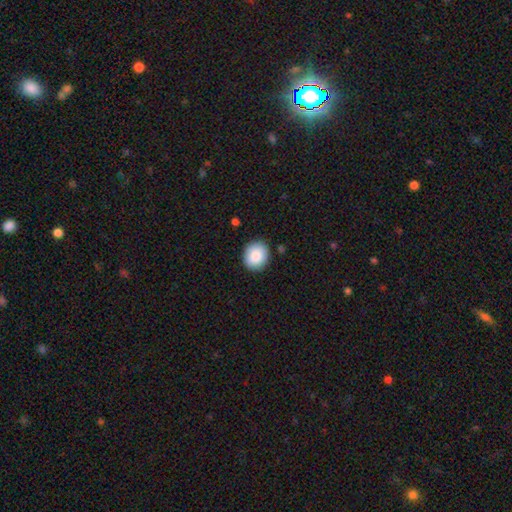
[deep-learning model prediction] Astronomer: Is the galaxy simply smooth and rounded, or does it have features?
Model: smooth — 86%.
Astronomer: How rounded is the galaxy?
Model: round — 76%.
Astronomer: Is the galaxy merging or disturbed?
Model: none — 88%.